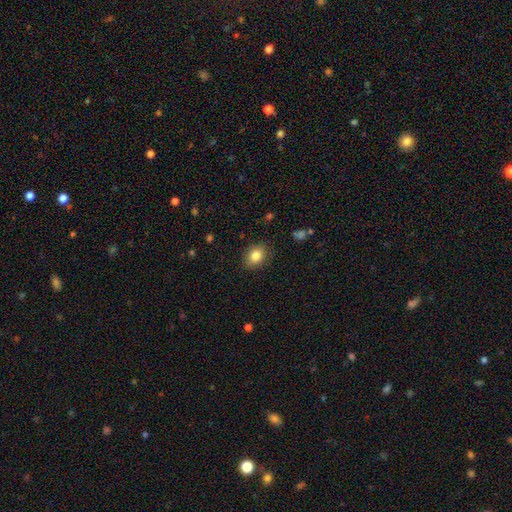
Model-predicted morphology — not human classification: Q: Smooth or featured?
A: smooth (83%); runner-up: star or artifact (9%)
Q: How rounded?
A: in between (63%); runner-up: round (35%)
Q: Merging?
A: none (85%); runner-up: minor disturbance (11%)